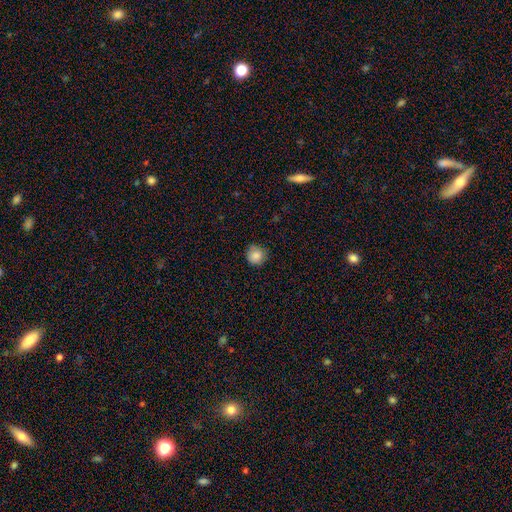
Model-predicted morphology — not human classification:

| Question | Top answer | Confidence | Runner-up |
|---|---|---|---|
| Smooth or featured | smooth | 85% | star or artifact (9%) |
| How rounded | round | 93% | in between (6%) |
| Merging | none | 82% | minor disturbance (14%) |